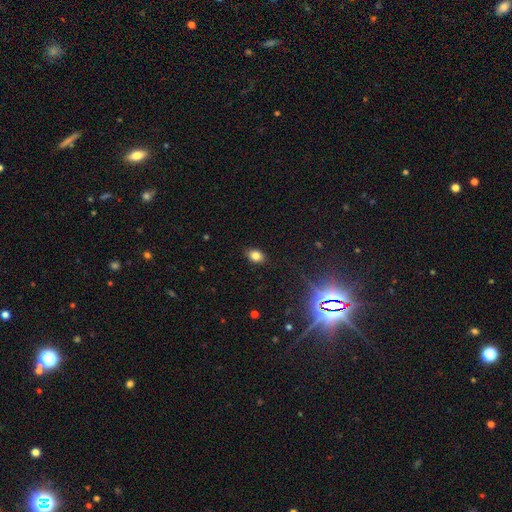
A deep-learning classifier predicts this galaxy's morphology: The model was most divided on "how rounded": in between: 77%, round: 22%, cigar-shaped: 1%. More confident: merging — none (87%); smooth or featured — smooth (80%).